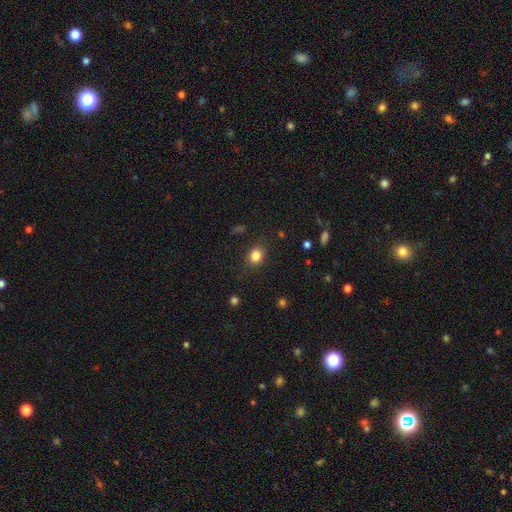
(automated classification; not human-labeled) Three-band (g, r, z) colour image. It shows a smooth galaxy with no disk features (83%) that is round (61%). Merging: none (84%).